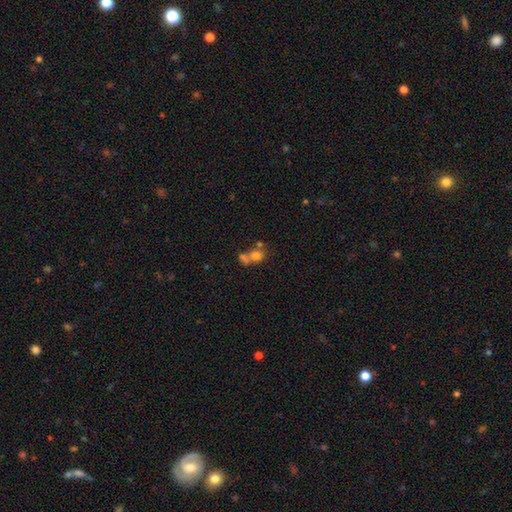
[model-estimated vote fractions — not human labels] Overall: smooth (69%). How rounded: round (67%; in between 31%). Merging: merger (56%; none 30%).